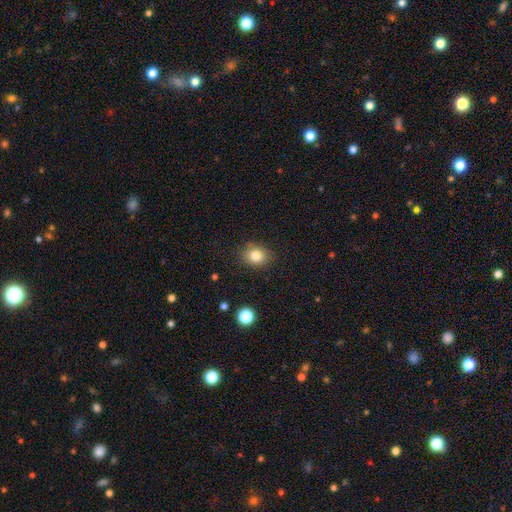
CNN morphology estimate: Smooth or featured?
  - smooth: 81% *
  - star or artifact: 11%
  - featured or disk: 7%
How rounded?
  - round: 59% *
  - in between: 40%
  - cigar-shaped: 1%
Merging?
  - none: 86% *
  - minor disturbance: 10%
  - major disturbance: 3%
  - merger: 1%